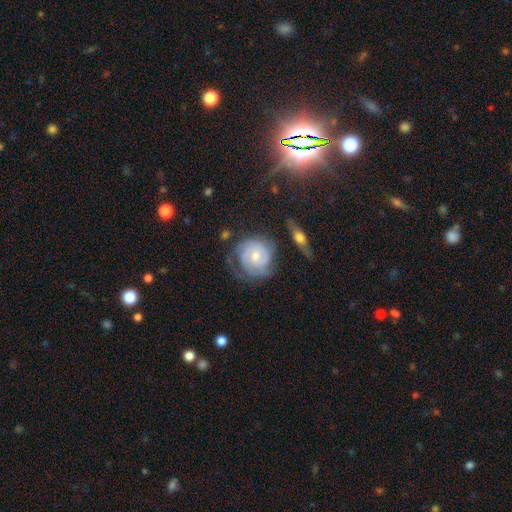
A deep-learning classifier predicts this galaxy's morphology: type=featured or disk (76%); edge-on=no (97%); bar=no (70%); spiral arms=yes (92%); winding=tight (69%); arm count=2 (34%); bulge=moderate (56%); merging=none (59%).